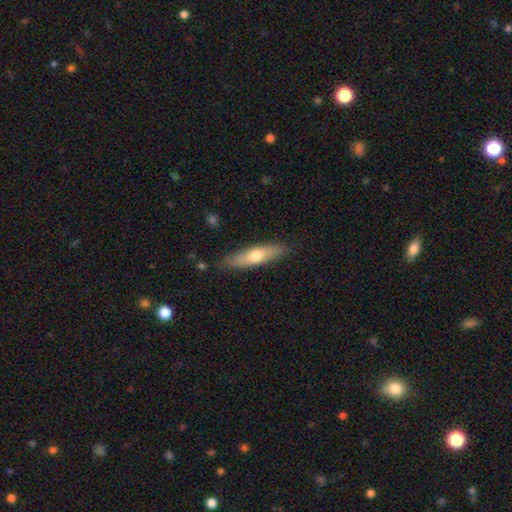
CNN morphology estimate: smooth-or-featured: smooth: 58% | featured or disk: 36% | star or artifact: 5%
  how-rounded: cigar-shaped: 71% | in between: 27% | round: 2%
  merging: none: 84% | minor disturbance: 12% | major disturbance: 3% | merger: 1%